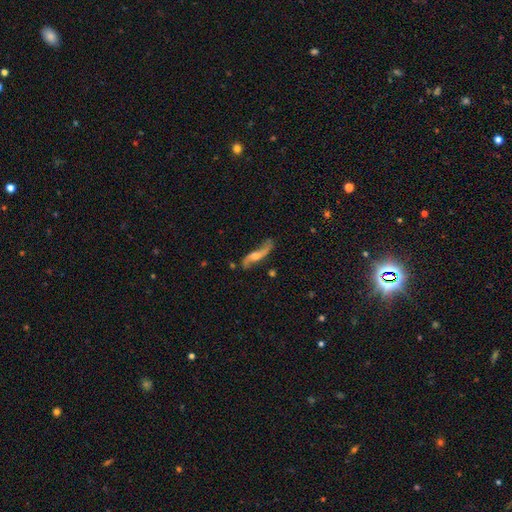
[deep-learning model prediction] smooth_or_featured: featured or disk (p=0.76) [alt: smooth p=0.18]
disk_edge_on: no (p=0.77) [alt: yes p=0.23]
bar: no (p=0.51) [alt: weak p=0.37]
has_spiral_arms: yes (p=0.92) [alt: no p=0.08]
spiral_winding: loose (p=0.81) [alt: medium p=0.15]
spiral_arm_count: 2 (p=0.91) [alt: can't tell p=0.03]
bulge_size: moderate (p=0.45) [alt: small p=0.27]
merging: none (p=0.65) [alt: minor disturbance p=0.21]